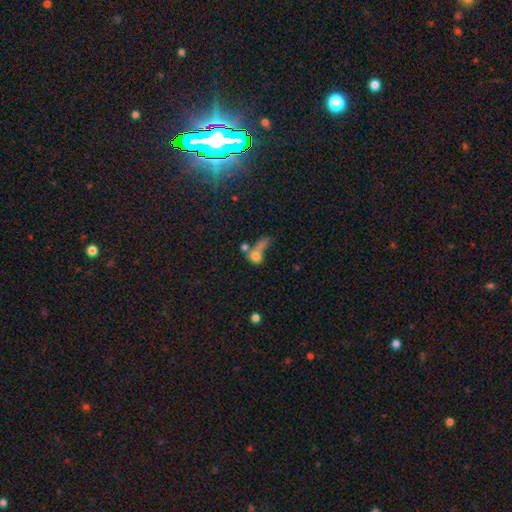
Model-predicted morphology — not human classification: Smooth or featured: smooth — 70% (featured or disk — 17%)
How rounded: round — 53% (in between — 43%)
Merging: merger — 51% (none — 21%)